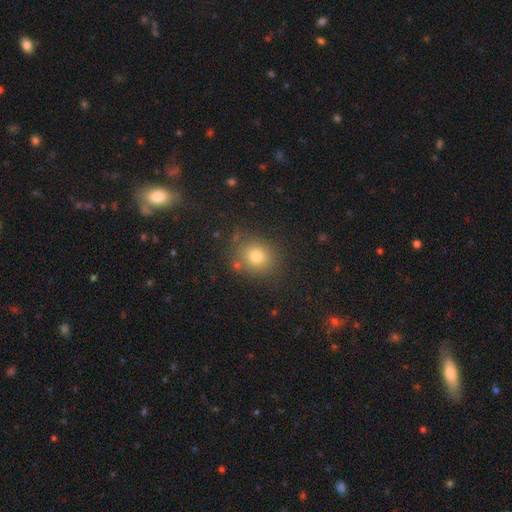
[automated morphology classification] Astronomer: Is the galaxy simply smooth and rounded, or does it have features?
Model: smooth — 74%.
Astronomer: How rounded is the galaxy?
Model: round — 80%.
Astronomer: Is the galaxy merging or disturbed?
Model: none — 82%.